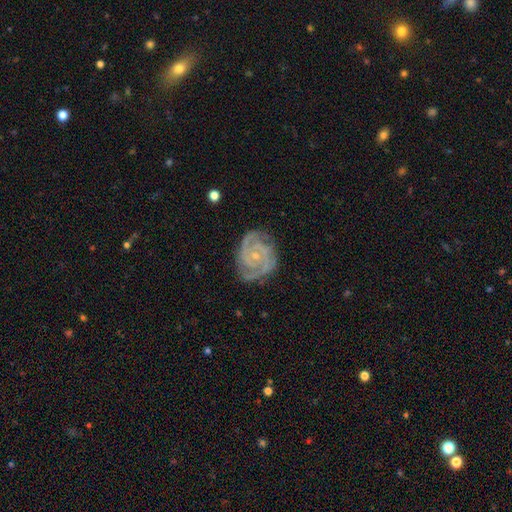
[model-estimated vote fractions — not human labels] Smooth or featured: featured or disk — 91% (star or artifact — 5%)
Edge-on disk: no — 98% (yes — 2%)
Bar: no — 70% (weak — 23%)
Spiral arms: yes — 98% (no — 2%)
Spiral winding: tight — 66% (medium — 30%)
Spiral arm count: 2 — 47% (3 — 29%)
Bulge size: small — 77% (moderate — 18%)
Merging: none — 76% (minor disturbance — 18%)